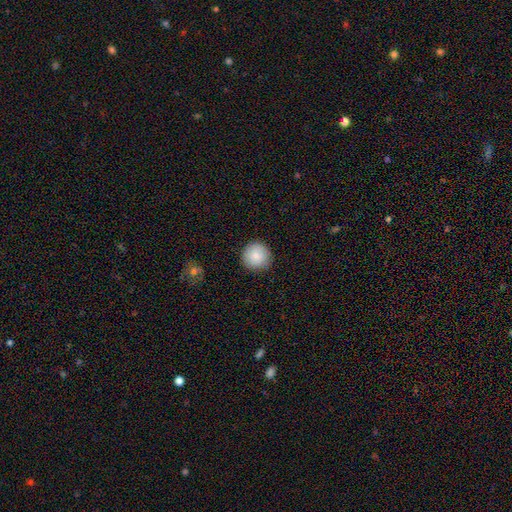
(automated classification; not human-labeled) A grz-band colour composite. It shows a smooth galaxy with no disk features (85%) that is round (95%). Merging: none (90%).